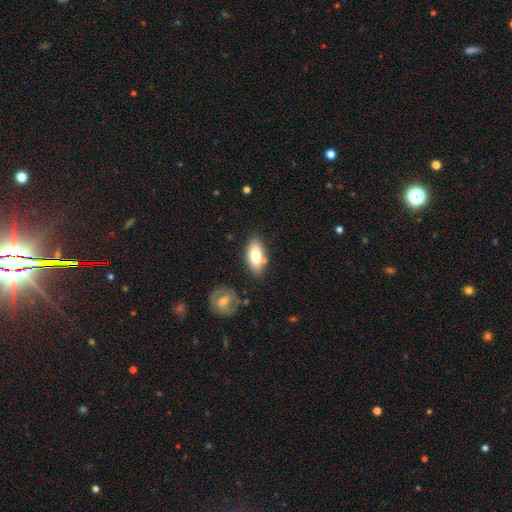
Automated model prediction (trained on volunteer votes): A smooth galaxy with no disk features (78%) that is in between round and cigar-shaped (85%).

Vote fractions:
- Smooth or featured? smooth: 78% / featured or disk: 15% / star or artifact: 7%
- How rounded? in between: 85% / cigar-shaped: 12% / round: 3%
- Merging? none: 73% / minor disturbance: 16% / merger: 8% / major disturbance: 4%